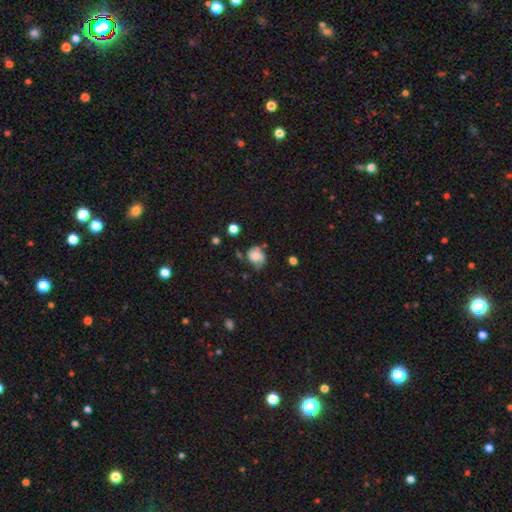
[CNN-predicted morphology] The model was most divided on "smooth or featured": smooth: 49%, featured or disk: 40%, star or artifact: 10%. More confident: merging — none (50%).